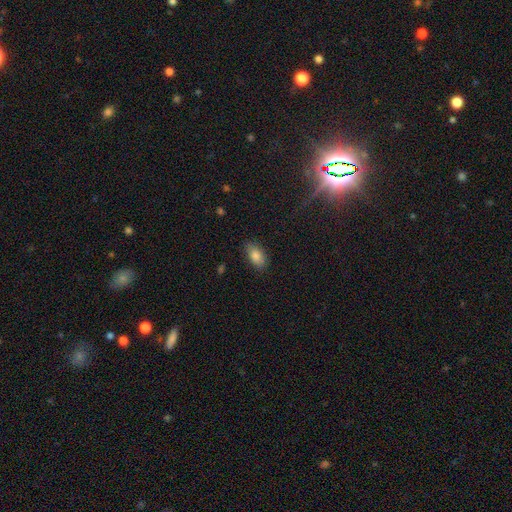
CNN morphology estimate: Smooth or featured? smooth (85%)
How rounded? in between (91%)
Merging? none (83%)